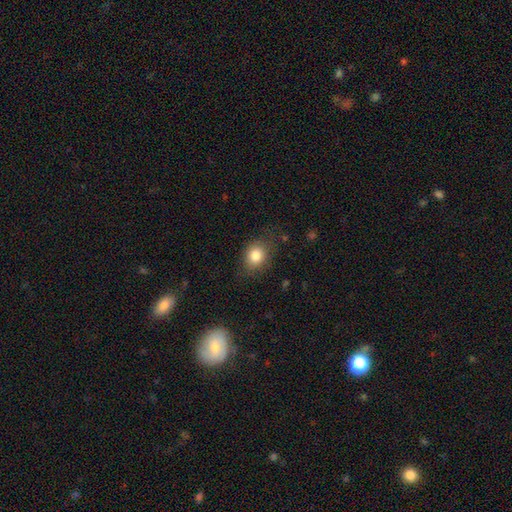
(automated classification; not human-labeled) This is clearly a smooth galaxy (83%). How rounded: possibly round (56%). Merging: likely none (77%).